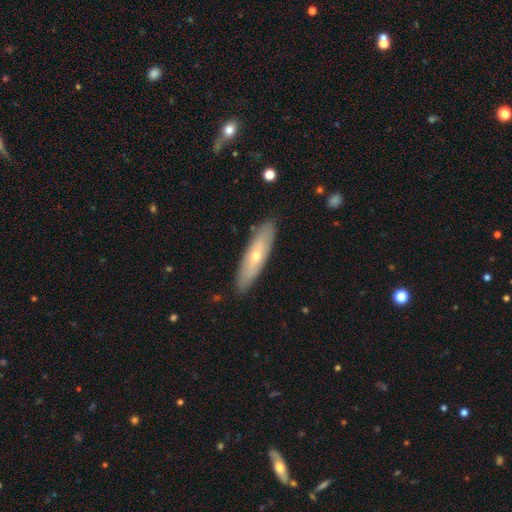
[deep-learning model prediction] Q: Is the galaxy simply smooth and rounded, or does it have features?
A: smooth — 49%.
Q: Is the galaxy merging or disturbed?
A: none — 88%.